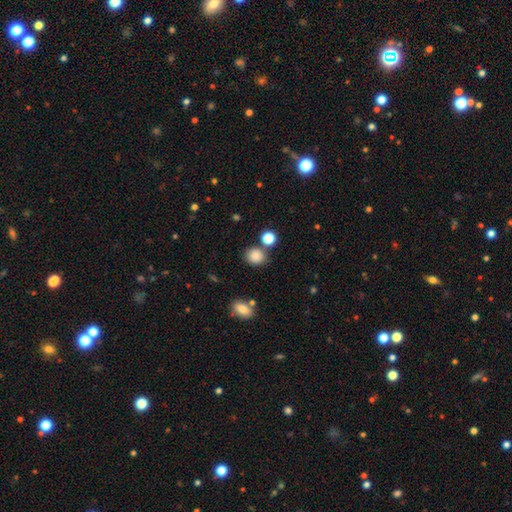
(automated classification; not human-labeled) smooth-or-featured: smooth: 85% | star or artifact: 11% | featured or disk: 4%
  how-rounded: round: 75% | in between: 24% | cigar-shaped: 1%
  merging: none: 74% | minor disturbance: 11% | merger: 11% | major disturbance: 4%